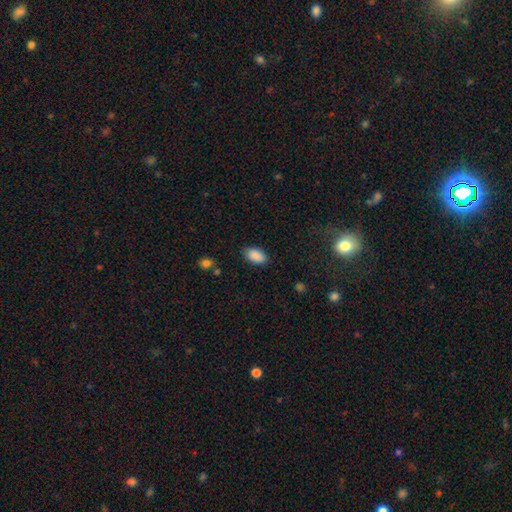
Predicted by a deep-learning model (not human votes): Smooth or featured: smooth — 89% (star or artifact — 7%)
How rounded: in between — 94% (round — 4%)
Merging: none — 85% (minor disturbance — 11%)